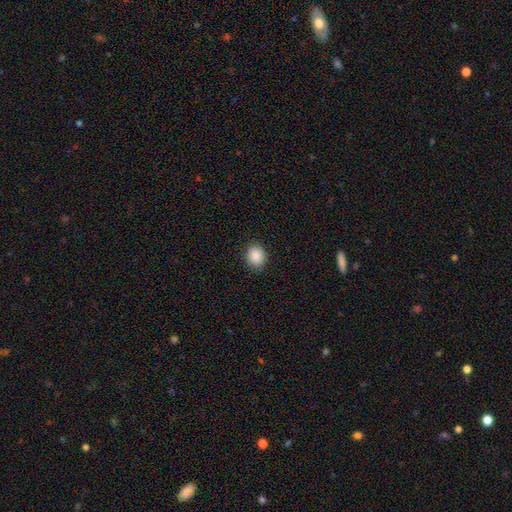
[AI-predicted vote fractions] This appears to be a smooth galaxy with no disk features (87%) that is round (71%). Merging: none (88%).